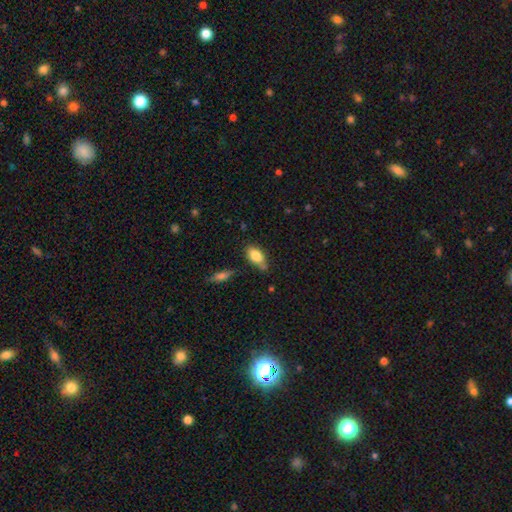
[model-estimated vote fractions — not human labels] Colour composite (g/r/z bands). It shows a smooth galaxy with no disk features (80%) that is in between round and cigar-shaped (88%). Merging: none (61%).